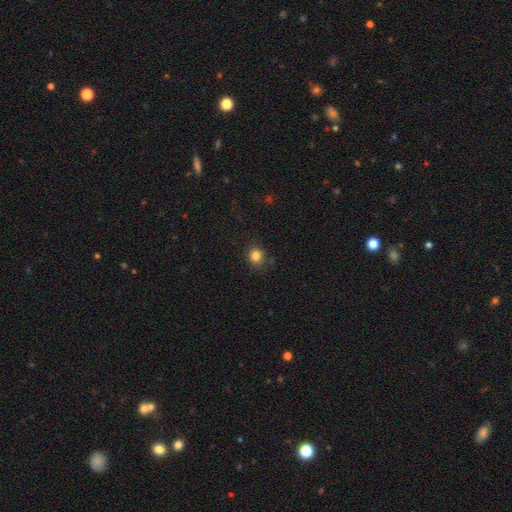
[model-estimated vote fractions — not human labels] Smooth or featured? smooth (83%)
How rounded? round (83%)
Merging? none (84%)